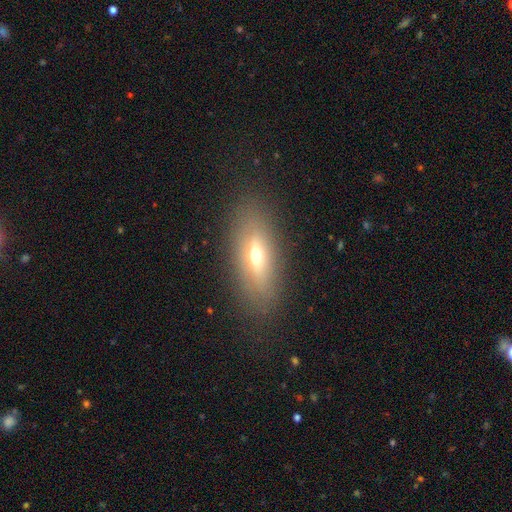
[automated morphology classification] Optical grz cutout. It shows a smooth galaxy with no disk features (50%) that is in between round and cigar-shaped (68%). Merging: none (83%).